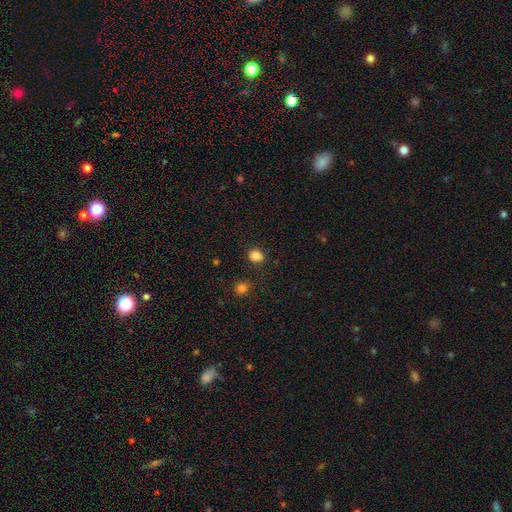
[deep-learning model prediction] Morphology: type=smooth (84%); roundness=round (64%); merging=none (81%).